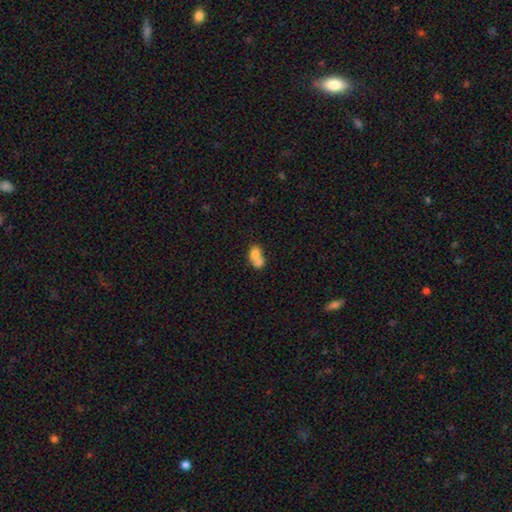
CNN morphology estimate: This is likely a smooth galaxy (71%). How rounded: likely in between (63%). Merging: likely merger (70%).